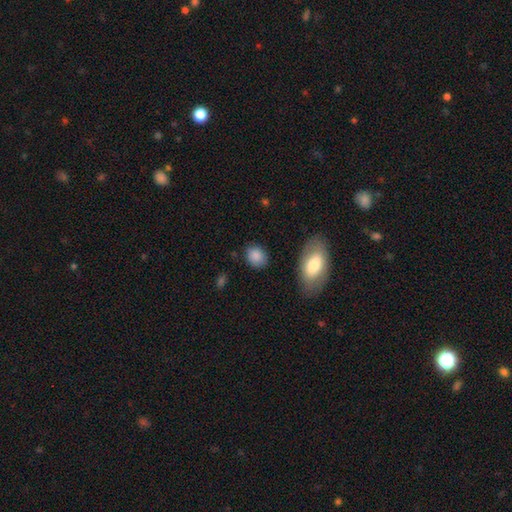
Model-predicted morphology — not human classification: Overall: smooth (87%). How rounded: round (52%; in between 47%). Merging: none (83%).